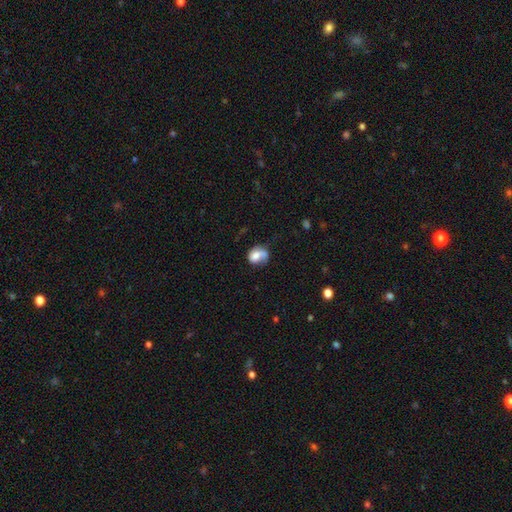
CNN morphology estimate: This is possibly a smooth galaxy (56%). How rounded: possibly round (50%). Merging: marginally none (38%).